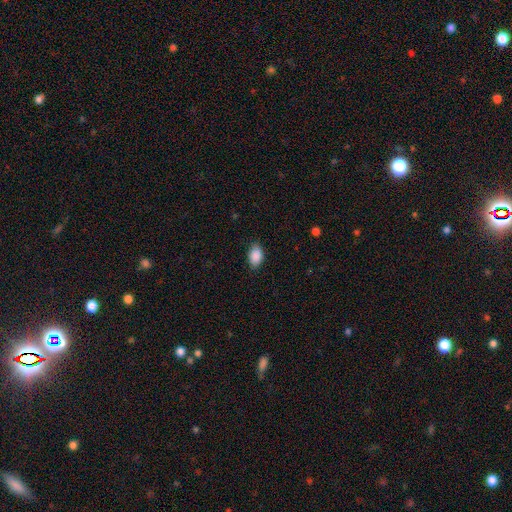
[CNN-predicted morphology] A smooth galaxy with no disk features (90%) that is in between round and cigar-shaped (90%).

Vote fractions:
- Smooth or featured? smooth: 90% / star or artifact: 7% / featured or disk: 3%
- How rounded? in between: 90% / round: 9% / cigar-shaped: 2%
- Merging? none: 82% / minor disturbance: 14% / major disturbance: 3% / merger: 1%